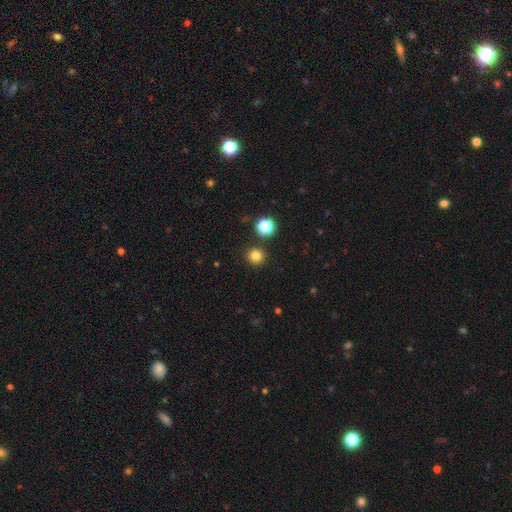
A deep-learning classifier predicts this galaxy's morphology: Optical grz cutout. It shows a smooth galaxy with no disk features (81%) that is round (94%). Merging: none (90%).